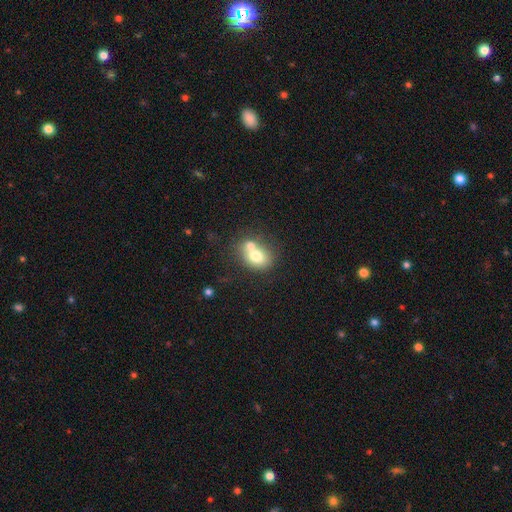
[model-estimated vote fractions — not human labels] Smooth or featured: smooth — 70% (featured or disk — 20%)
How rounded: in between — 53% (round — 46%)
Merging: merger — 51% (none — 35%)